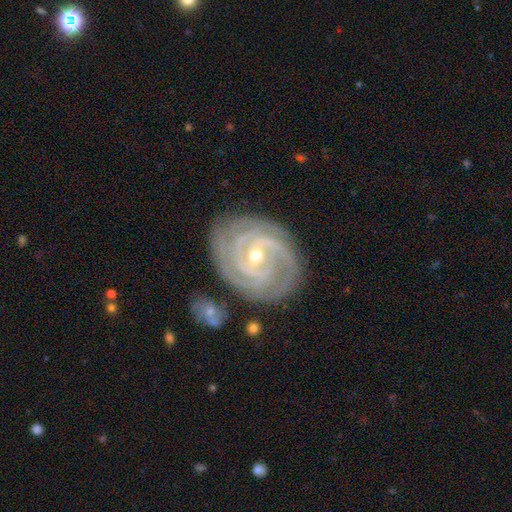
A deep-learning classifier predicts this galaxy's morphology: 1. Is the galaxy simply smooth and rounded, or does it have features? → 91% featured or disk, 5% star or artifact, 4% smooth.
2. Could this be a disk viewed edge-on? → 97% no, 3% yes.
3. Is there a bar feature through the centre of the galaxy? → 45% weak, 34% no, 21% strong.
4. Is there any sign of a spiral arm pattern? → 98% yes, 2% no.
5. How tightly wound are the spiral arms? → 78% tight, 19% medium, 3% loose.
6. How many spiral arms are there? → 37% 3, 25% 4, 15% 2, 13% can't tell, 6% more than 4, 5% 1.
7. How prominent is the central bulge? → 61% small, 37% moderate, 1% large, 1% none, 1% dominant.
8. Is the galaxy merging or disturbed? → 81% none, 13% minor disturbance, 4% major disturbance, 2% merger.